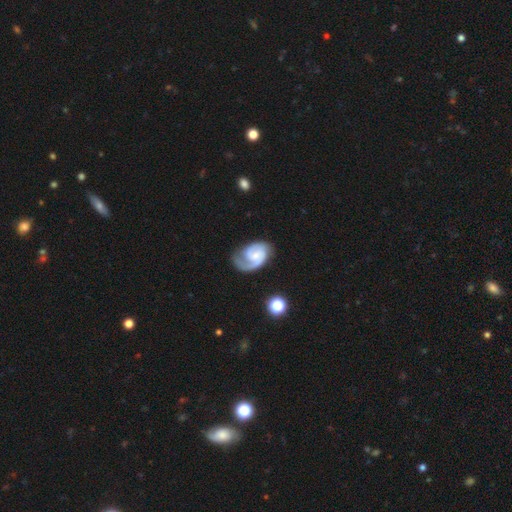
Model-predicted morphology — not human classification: Smooth or featured: featured or disk — 83% (smooth — 12%)
Edge-on disk: no — 98% (yes — 2%)
Bar: no — 56% (weak — 37%)
Spiral arms: yes — 96% (no — 4%)
Spiral winding: medium — 46% (tight — 36%)
Spiral arm count: 2 — 61% (1 — 27%)
Bulge size: small — 57% (moderate — 29%)
Merging: none — 58% (minor disturbance — 24%)